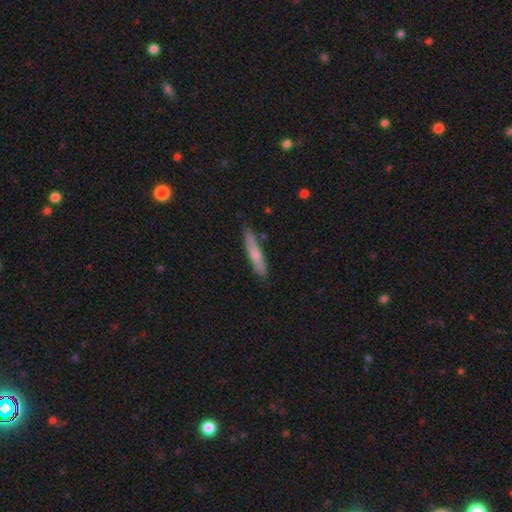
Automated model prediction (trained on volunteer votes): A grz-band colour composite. It shows a smooth galaxy with no disk features (66%) that is cigar-shaped (89%). Merging: none (80%).